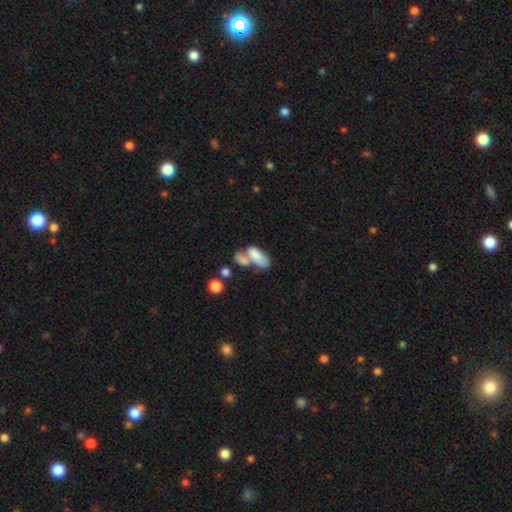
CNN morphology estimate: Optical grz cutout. It shows a smooth galaxy with no disk features (75%) that is in between round and cigar-shaped (85%). Merging: merger (56%).